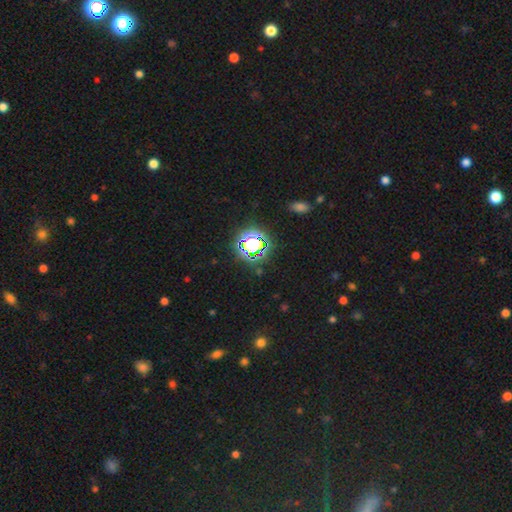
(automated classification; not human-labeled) This is likely a star or artifact rather than a galaxy (78%).